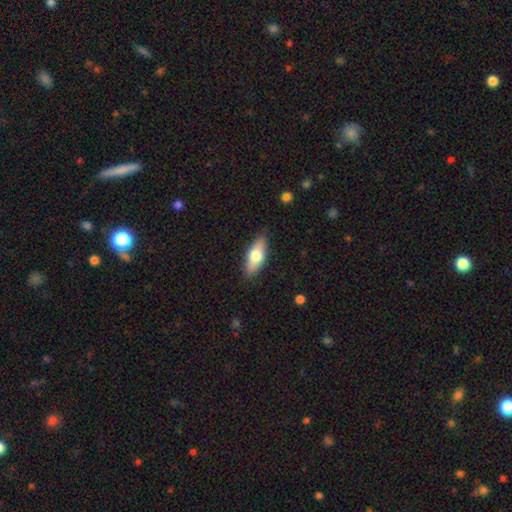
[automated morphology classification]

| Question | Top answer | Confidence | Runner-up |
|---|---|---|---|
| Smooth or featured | smooth | 65% | featured or disk (29%) |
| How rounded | in between | 71% | cigar-shaped (26%) |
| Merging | none | 86% | minor disturbance (11%) |